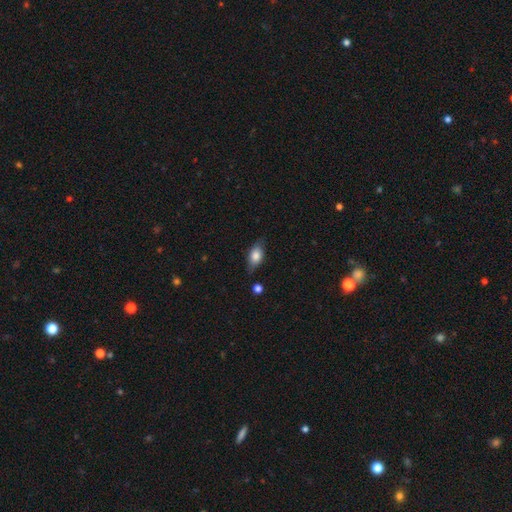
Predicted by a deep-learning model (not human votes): Smooth or featured: smooth — 74% (featured or disk — 19%)
How rounded: in between — 85% (cigar-shaped — 8%)
Merging: none — 73% (minor disturbance — 20%)